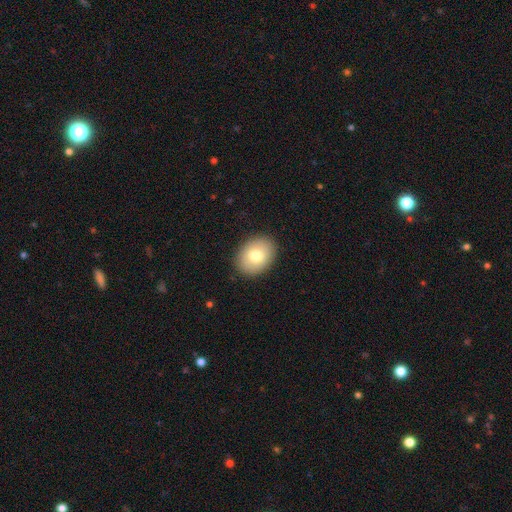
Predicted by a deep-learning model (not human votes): Smooth or featured? smooth (76%)
How rounded? in between (69%)
Merging? none (88%)